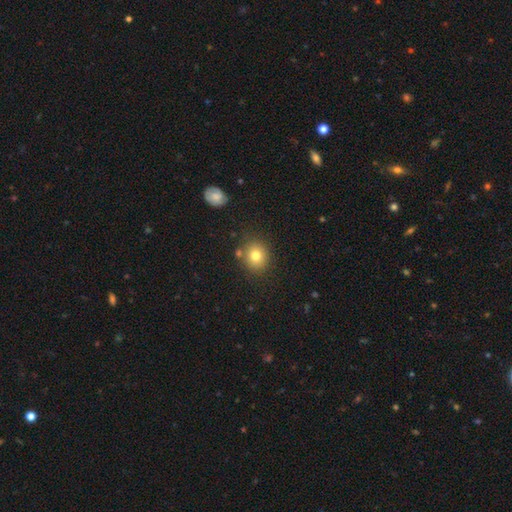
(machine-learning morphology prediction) The model was most divided on "how rounded": round: 80%, in between: 19%, cigar-shaped: 1%. More confident: merging — none (80%); smooth or featured — smooth (79%).